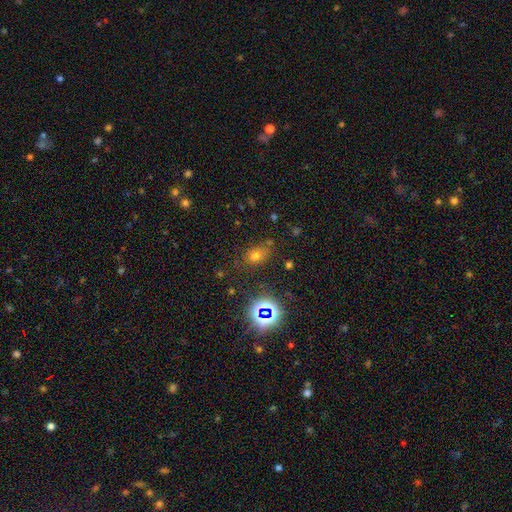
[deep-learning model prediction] A smooth galaxy with no disk features (59%) that is in between round and cigar-shaped (57%). Merging: none (72%).